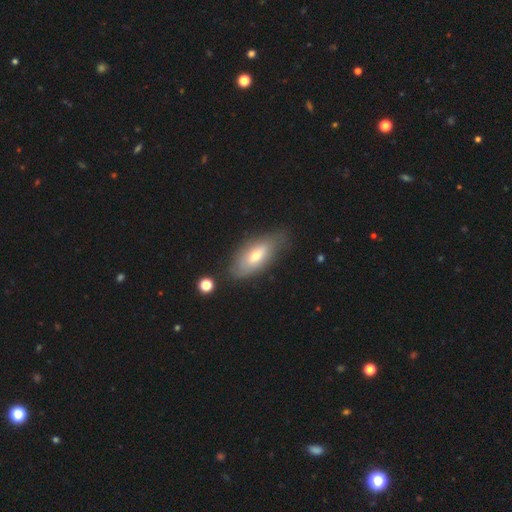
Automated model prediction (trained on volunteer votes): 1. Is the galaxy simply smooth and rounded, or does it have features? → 55% smooth, 38% featured or disk, 7% star or artifact.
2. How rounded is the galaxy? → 79% in between, 18% cigar-shaped, 3% round.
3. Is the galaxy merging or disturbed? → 71% none, 21% minor disturbance, 6% major disturbance, 3% merger.